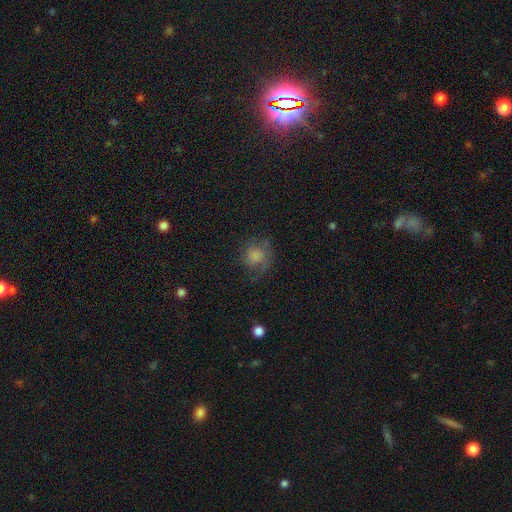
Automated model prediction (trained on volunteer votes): A smooth galaxy with no disk features (66%) that is round (80%). Merging: none (54%).